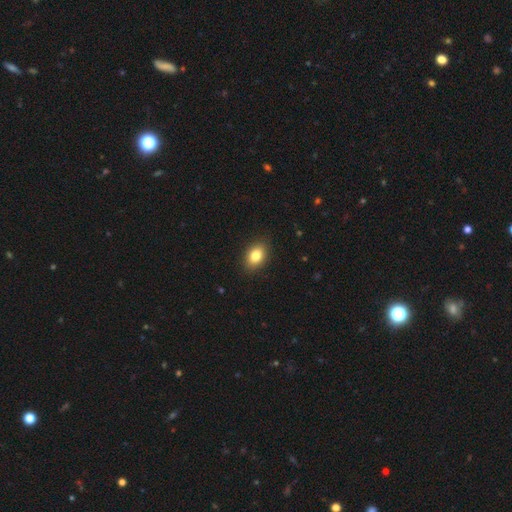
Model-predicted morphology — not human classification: This appears to be a smooth galaxy with no disk features (83%) that is in between round and cigar-shaped (82%). Merging: none (89%).